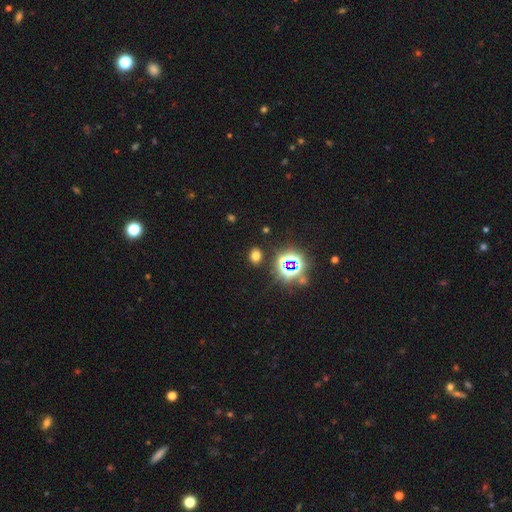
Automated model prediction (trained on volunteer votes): The model was most divided on "how rounded": in between: 59%, round: 40%, cigar-shaped: 1%. More confident: merging — none (87%); smooth or featured — smooth (62%).